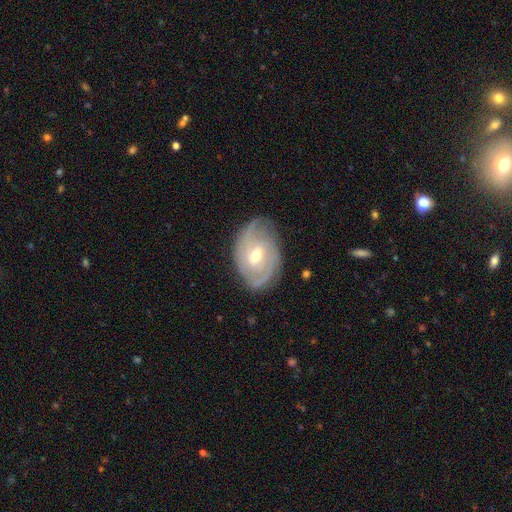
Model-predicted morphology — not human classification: smooth_or_featured: featured or disk (p=0.79) [alt: smooth p=0.15]
disk_edge_on: no (p=0.95) [alt: yes p=0.05]
bar: weak (p=0.54) [alt: no p=0.30]
has_spiral_arms: yes (p=0.90) [alt: no p=0.10]
spiral_winding: tight (p=0.59) [alt: medium p=0.31]
spiral_arm_count: 2 (p=0.46) [alt: can't tell p=0.27]
bulge_size: moderate (p=0.64) [alt: small p=0.32]
merging: none (p=0.74) [alt: minor disturbance p=0.19]